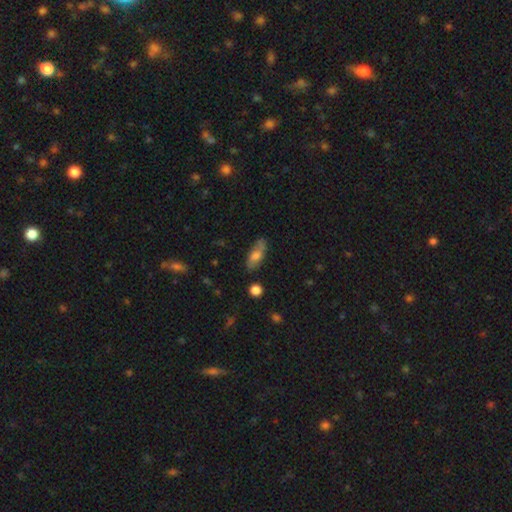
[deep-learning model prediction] Smooth or featured? smooth (59%)
How rounded? in between (76%)
Merging? none (73%)